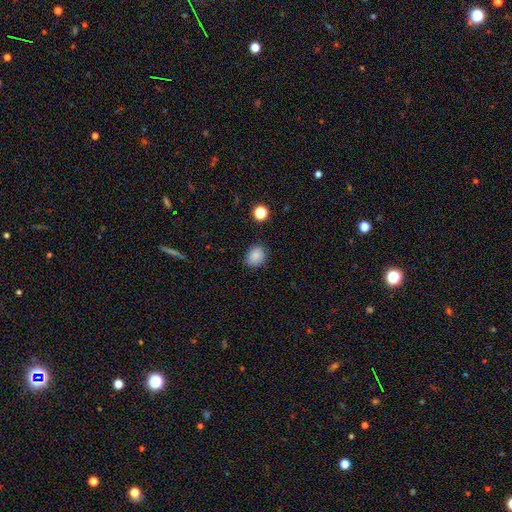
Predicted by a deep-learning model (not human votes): A smooth galaxy with no disk features (86%) that is round (58%). Merging: none (83%).